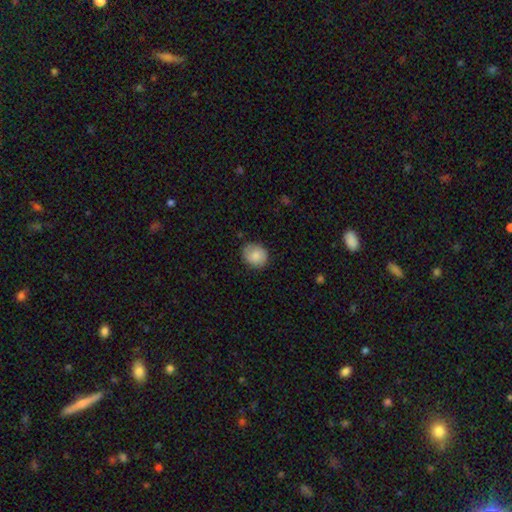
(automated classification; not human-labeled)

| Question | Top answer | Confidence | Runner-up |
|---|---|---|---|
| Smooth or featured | smooth | 82% | featured or disk (11%) |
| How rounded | round | 77% | in between (22%) |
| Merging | none | 80% | minor disturbance (15%) |